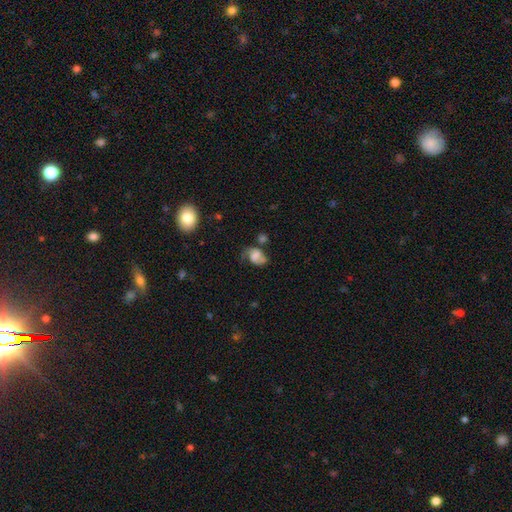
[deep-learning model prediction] smooth 46%, featured or disk 43%, star or artifact 12%. Down the decision tree: merging — none (38%).